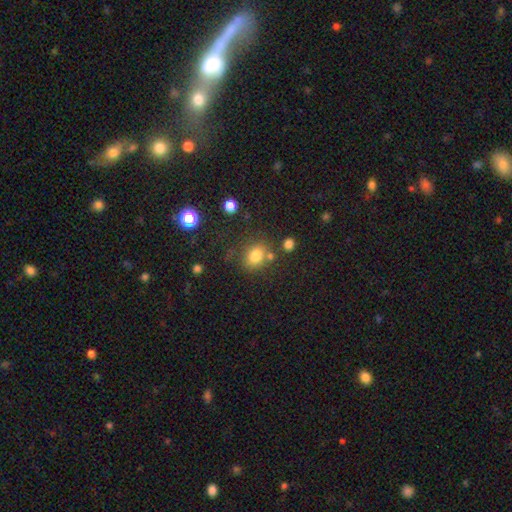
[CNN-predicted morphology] A smooth galaxy with no disk features (78%) that is round (57%). Merging: none (69%).